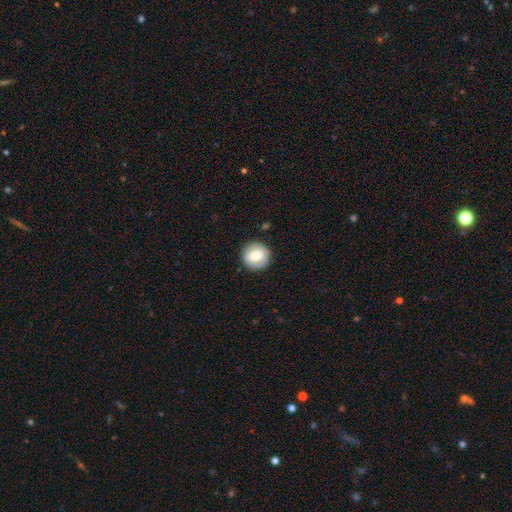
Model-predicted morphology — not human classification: A smooth galaxy with no disk features (71%) that is round (92%). Merging: none (89%).